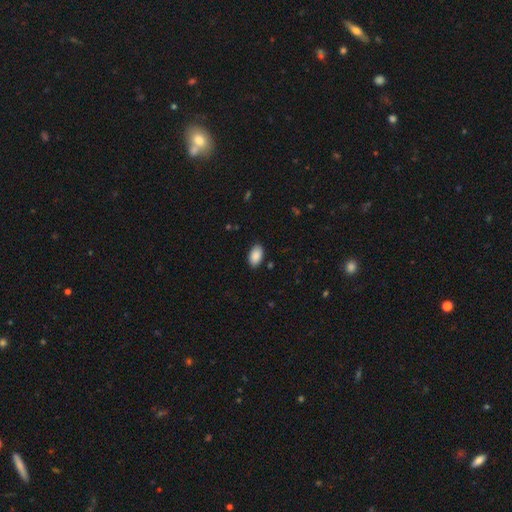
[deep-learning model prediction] A smooth galaxy with no disk features (90%) that is in between round and cigar-shaped (94%). Merging: none (86%).